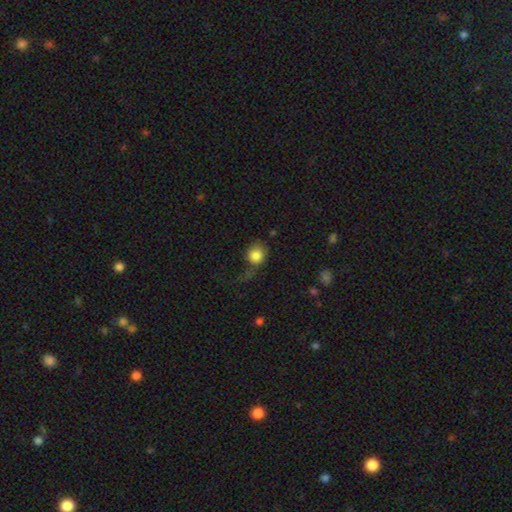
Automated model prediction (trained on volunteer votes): The model was most divided on "merging": none: 37%, major disturbance: 34%, minor disturbance: 24%, merger: 5%. More confident: smooth or featured — smooth (82%); how rounded — round (79%).